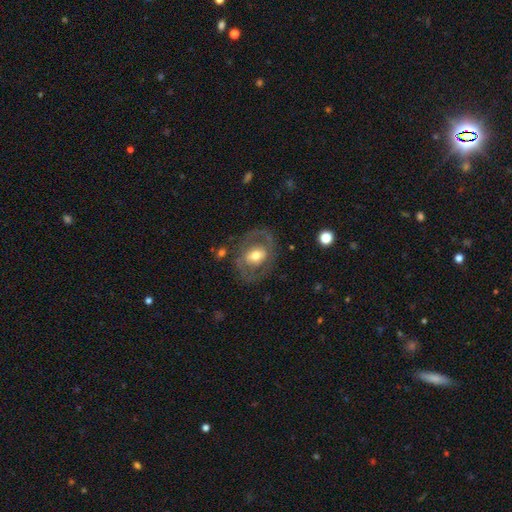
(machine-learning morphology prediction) type=featured or disk (61%); edge-on=no (95%); bar=no (54%); spiral arms=no (54%); bulge=moderate (67%); merging=none (71%).